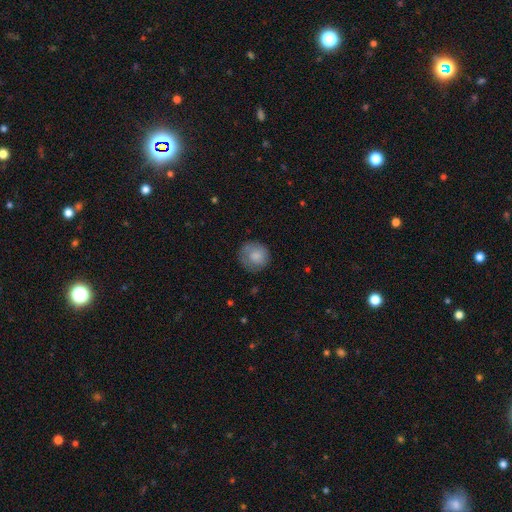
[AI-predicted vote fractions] Smooth or featured? Predicted: smooth (p=0.80). How rounded? Predicted: round (p=0.91). Merging? Predicted: none (p=0.76).